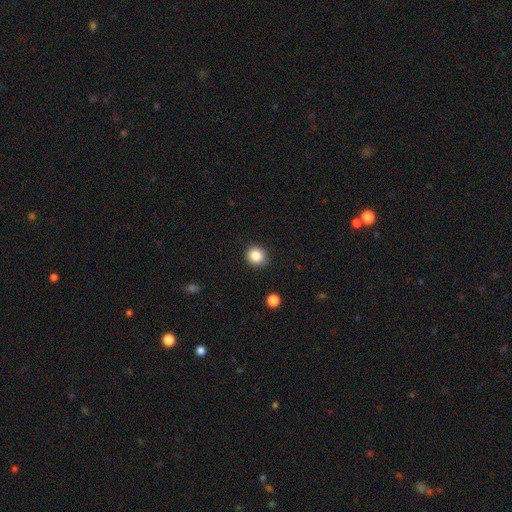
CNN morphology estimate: type=smooth (86%); roundness=round (83%); merging=none (89%).